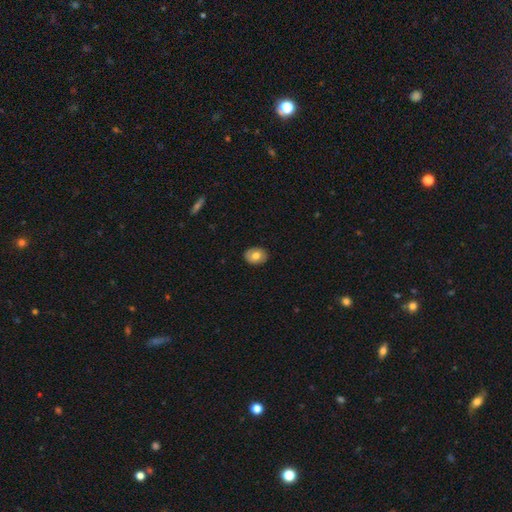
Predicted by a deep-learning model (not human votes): Smooth or featured: smooth — 71% (featured or disk — 22%)
How rounded: in between — 64% (round — 35%)
Merging: none — 87% (minor disturbance — 10%)